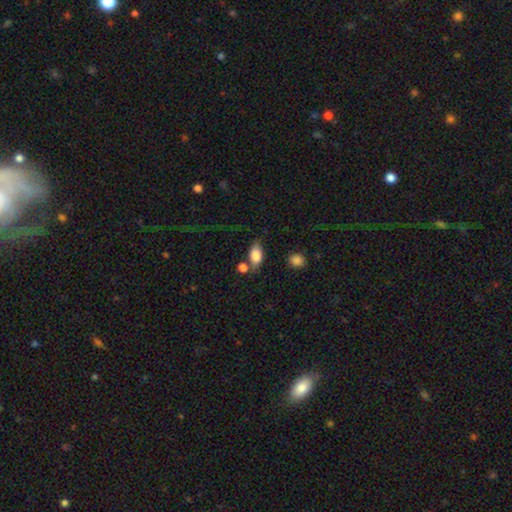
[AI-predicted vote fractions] A smooth galaxy with no disk features (83%) that is in between round and cigar-shaped (89%). Merging: none (61%).